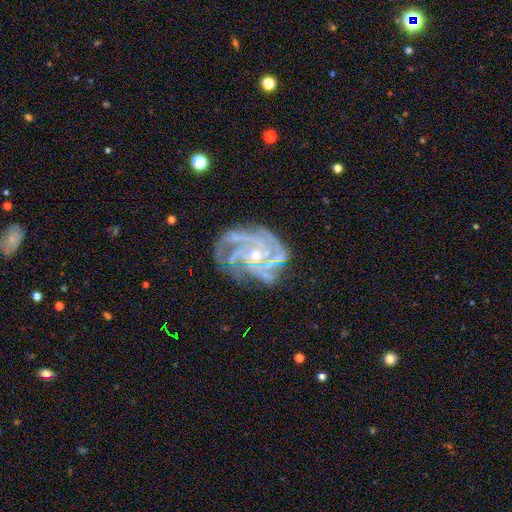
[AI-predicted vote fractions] Smooth or featured: featured or disk — 88% (star or artifact — 7%)
Edge-on disk: no — 98% (yes — 2%)
Bar: no — 64% (weak — 28%)
Spiral arms: yes — 95% (no — 5%)
Spiral winding: tight — 58% (medium — 34%)
Spiral arm count: 4 — 25% (3 — 24%)
Bulge size: small — 52% (moderate — 43%)
Merging: none — 59% (minor disturbance — 22%)